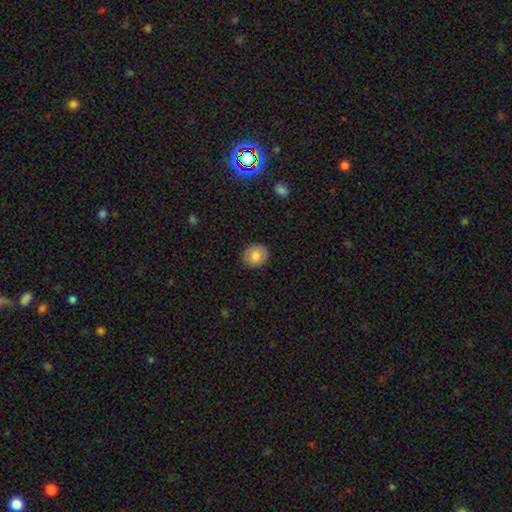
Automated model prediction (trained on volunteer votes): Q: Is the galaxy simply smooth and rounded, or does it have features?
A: smooth — 81%.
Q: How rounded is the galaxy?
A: round — 80%.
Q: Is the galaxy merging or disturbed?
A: none — 89%.